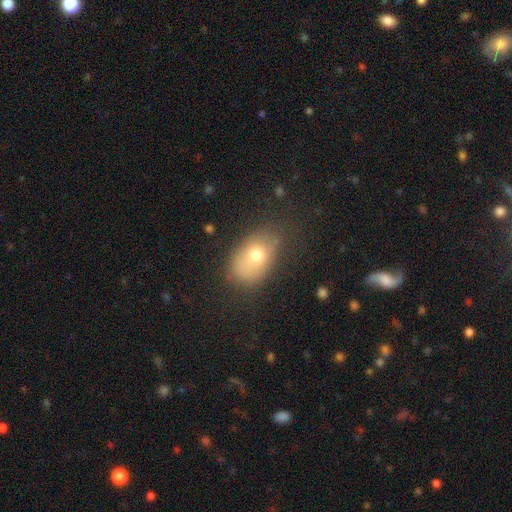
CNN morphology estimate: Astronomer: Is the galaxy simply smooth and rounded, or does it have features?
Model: smooth — 69%.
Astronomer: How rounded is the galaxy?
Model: in between — 81%.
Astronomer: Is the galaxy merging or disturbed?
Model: none — 60%.